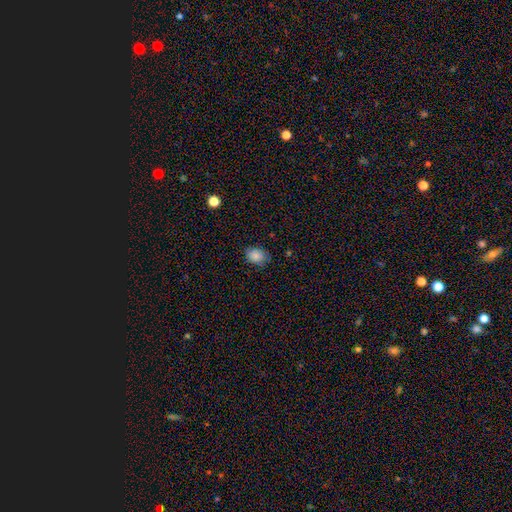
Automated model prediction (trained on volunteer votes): Smooth or featured? smooth (86%)
How rounded? in between (63%)
Merging? none (79%)